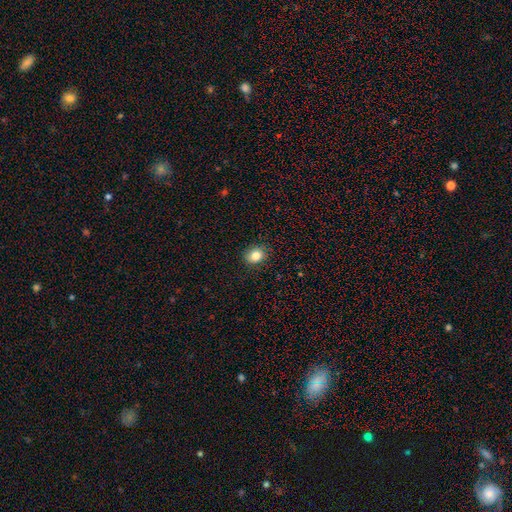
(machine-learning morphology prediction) smooth-or-featured: smooth: 83% | star or artifact: 10% | featured or disk: 7%
  how-rounded: round: 58% | in between: 41% | cigar-shaped: 1%
  merging: none: 86% | minor disturbance: 10% | major disturbance: 2% | merger: 1%